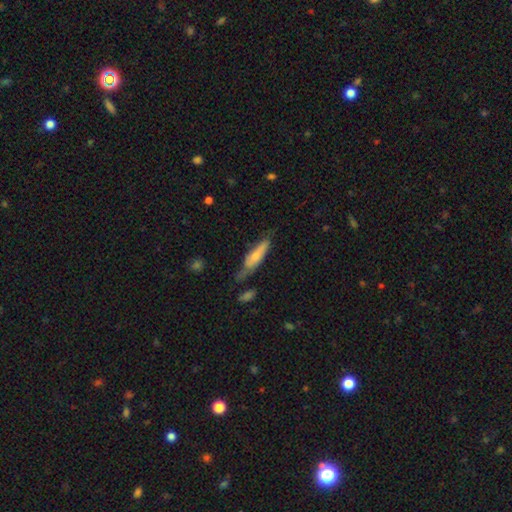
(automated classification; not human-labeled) A smooth galaxy with no disk features (64%) that is cigar-shaped (63%).

Vote fractions:
- Smooth or featured? smooth: 64% / featured or disk: 30% / star or artifact: 6%
- How rounded? cigar-shaped: 63% / in between: 35% / round: 2%
- Merging? none: 45% / minor disturbance: 32% / major disturbance: 14% / merger: 8%